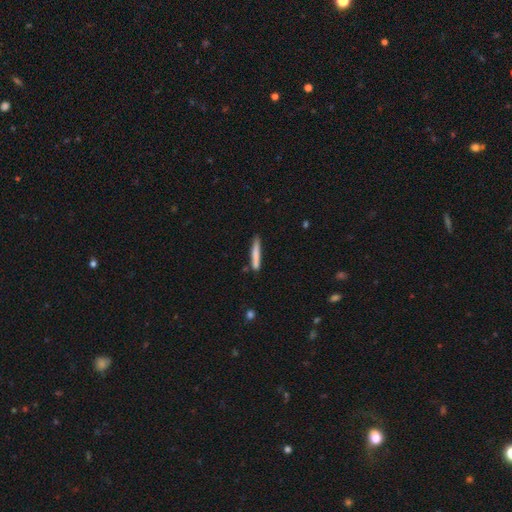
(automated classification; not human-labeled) Overall: smooth (77%). How rounded: cigar-shaped (94%). Merging: none (79%).